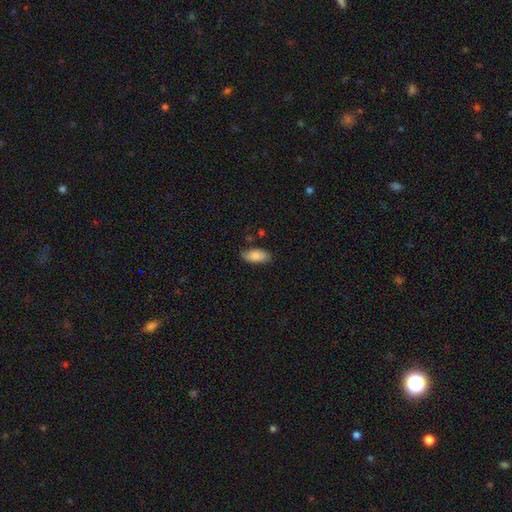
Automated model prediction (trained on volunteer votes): Smooth or featured? Predicted: smooth (p=0.85). How rounded? Predicted: in between (p=0.90). Merging? Predicted: none (p=0.77).